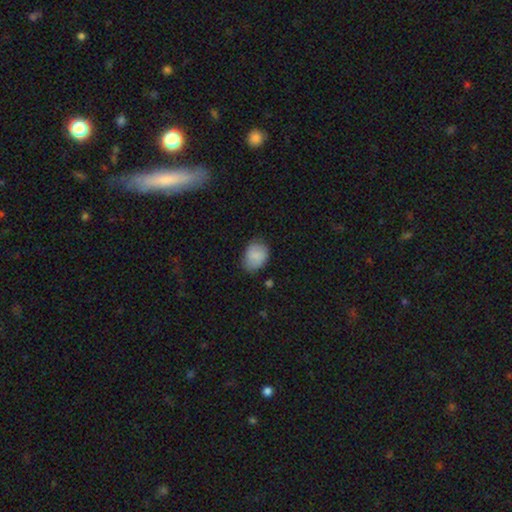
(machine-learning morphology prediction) This appears to be a smooth galaxy with no disk features (82%) that is in between round and cigar-shaped (56%). Merging: none (72%).